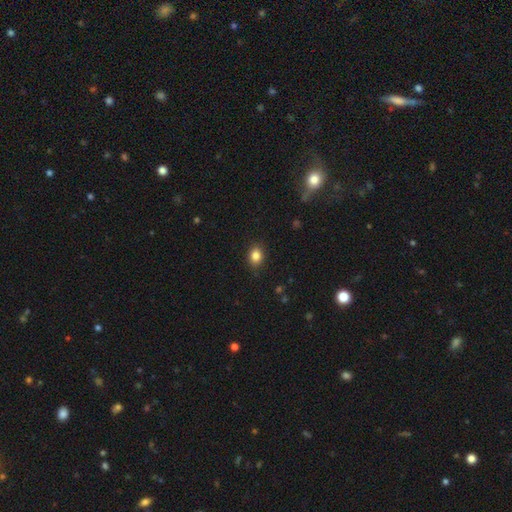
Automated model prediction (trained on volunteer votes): Smooth or featured? smooth (84%)
How rounded? in between (53%)
Merging? none (87%)